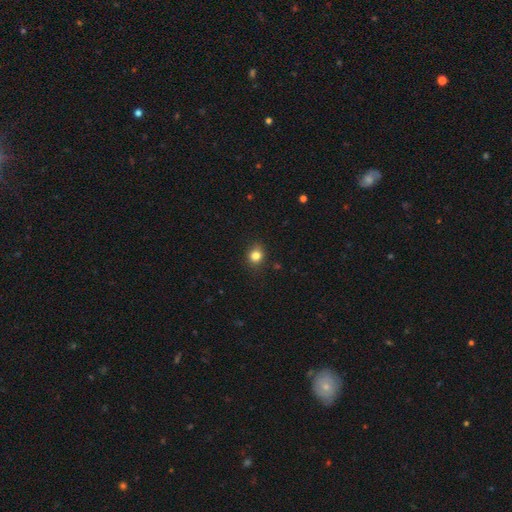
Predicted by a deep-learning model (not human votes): Smooth or featured?
  - smooth: 83% *
  - star or artifact: 12%
  - featured or disk: 6%
How rounded?
  - round: 74% *
  - in between: 25%
  - cigar-shaped: 1%
Merging?
  - none: 85% *
  - minor disturbance: 11%
  - major disturbance: 3%
  - merger: 1%